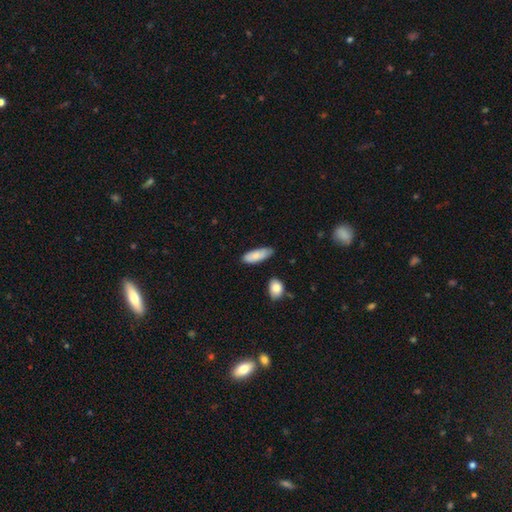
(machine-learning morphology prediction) Smooth or featured? Predicted: smooth (p=0.84). How rounded? Predicted: in between (p=0.74). Merging? Predicted: none (p=0.69).